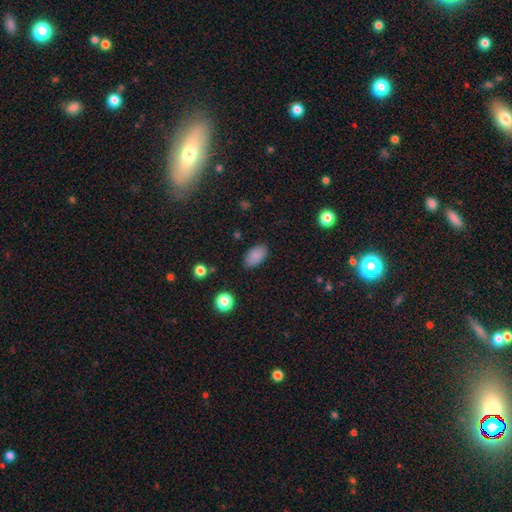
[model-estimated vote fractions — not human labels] The model was most divided on "merging": none: 85%, minor disturbance: 11%, major disturbance: 3%, merger: 1%. More confident: how rounded — in between (93%); smooth or featured — smooth (87%).